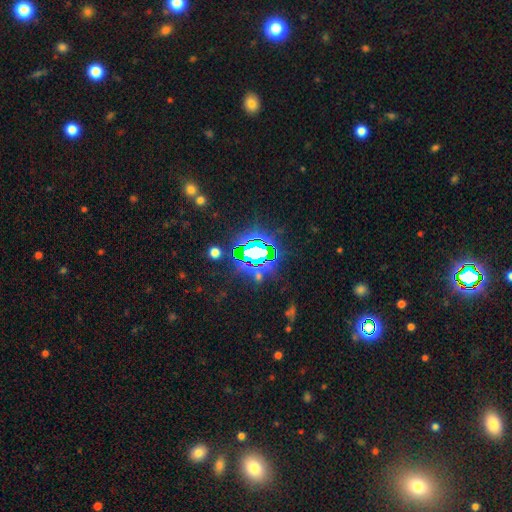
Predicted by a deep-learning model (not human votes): Morphology: type=star or artifact (78%).